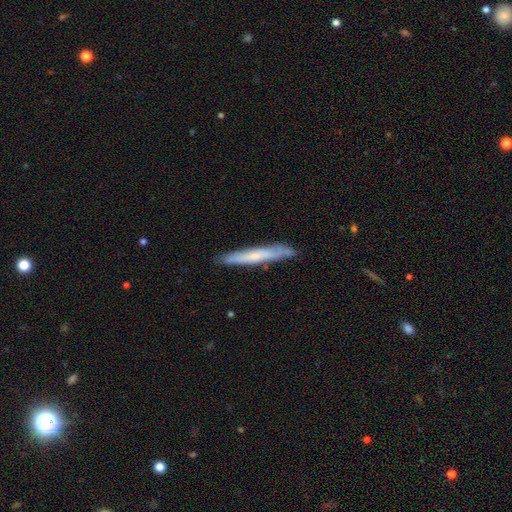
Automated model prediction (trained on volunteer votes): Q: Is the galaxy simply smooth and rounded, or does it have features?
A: smooth — 55%.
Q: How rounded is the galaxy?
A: cigar-shaped — 96%.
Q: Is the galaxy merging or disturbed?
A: none — 84%.